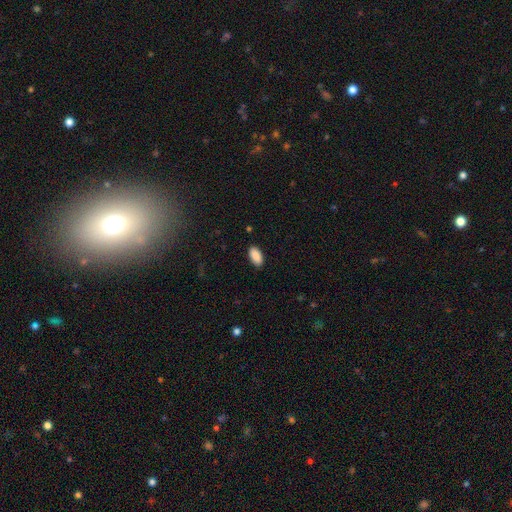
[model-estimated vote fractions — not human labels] smooth-or-featured: smooth: 90% | star or artifact: 7% | featured or disk: 3%
  how-rounded: in between: 94% | cigar-shaped: 4% | round: 2%
  merging: none: 88% | minor disturbance: 9% | major disturbance: 2% | merger: 1%